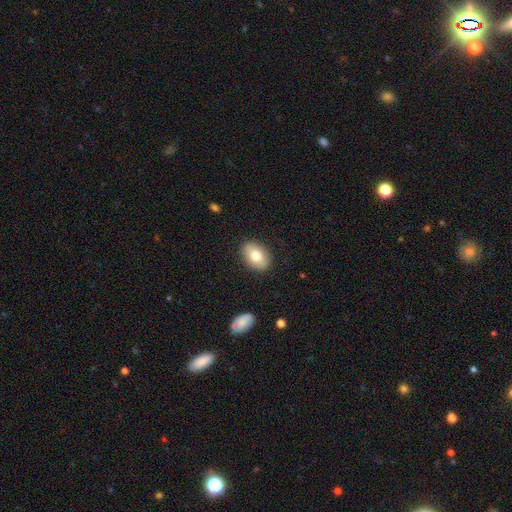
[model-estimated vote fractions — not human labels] This appears to be a smooth galaxy with no disk features (76%) that is in between round and cigar-shaped (81%). Merging: none (88%).